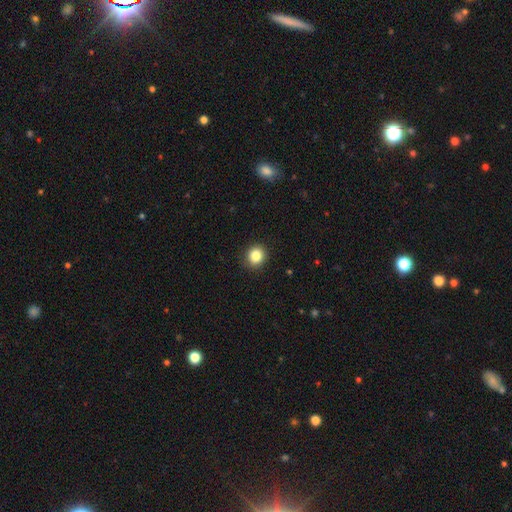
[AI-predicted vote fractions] smooth 85%, star or artifact 10%, featured or disk 5%. Down the decision tree: how rounded — round (81%); merging — none (91%).